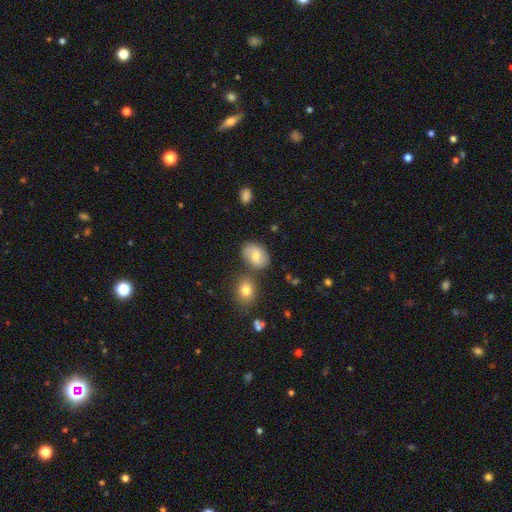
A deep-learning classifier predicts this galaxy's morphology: Smooth or featured: smooth — 60% (featured or disk — 31%)
How rounded: in between — 75% (round — 23%)
Merging: none — 70% (minor disturbance — 16%)